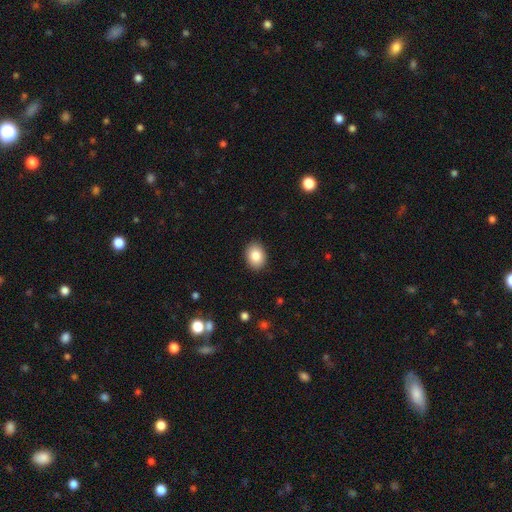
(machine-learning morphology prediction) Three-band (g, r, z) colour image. It shows a smooth galaxy with no disk features (85%) that is in between round and cigar-shaped (69%). Merging: none (90%).